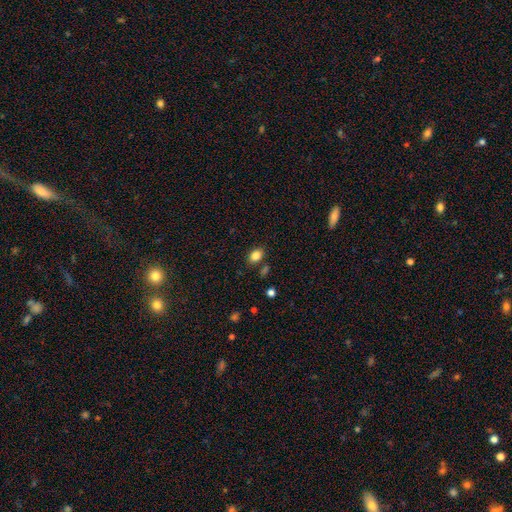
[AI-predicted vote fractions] Smooth or featured?
  - smooth: 85% *
  - star or artifact: 10%
  - featured or disk: 5%
How rounded?
  - in between: 80% *
  - round: 19%
  - cigar-shaped: 1%
Merging?
  - none: 81% *
  - minor disturbance: 11%
  - merger: 5%
  - major disturbance: 3%